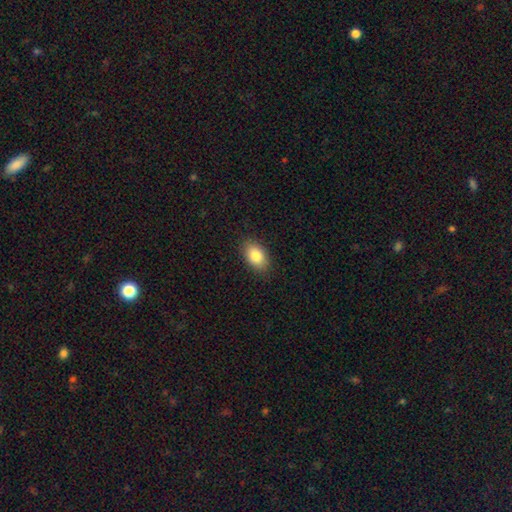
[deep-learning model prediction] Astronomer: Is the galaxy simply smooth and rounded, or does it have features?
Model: smooth — 84%.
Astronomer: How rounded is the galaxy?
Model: in between — 90%.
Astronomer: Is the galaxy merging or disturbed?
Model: none — 88%.